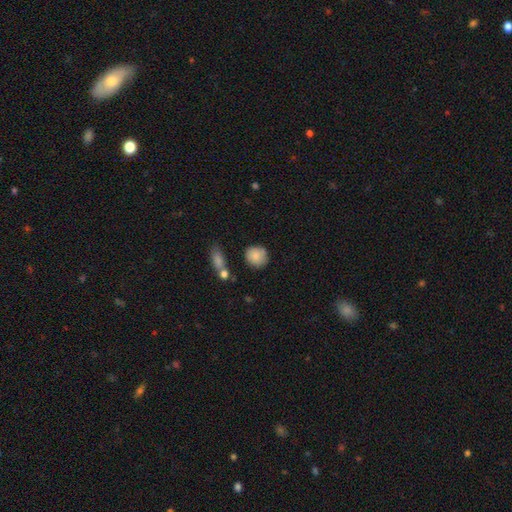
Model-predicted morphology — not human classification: A smooth galaxy with no disk features (85%) that is round (85%).

Vote fractions:
- Smooth or featured? smooth: 85% / star or artifact: 7% / featured or disk: 7%
- How rounded? round: 85% / in between: 14% / cigar-shaped: 1%
- Merging? none: 74% / minor disturbance: 16% / merger: 6% / major disturbance: 4%